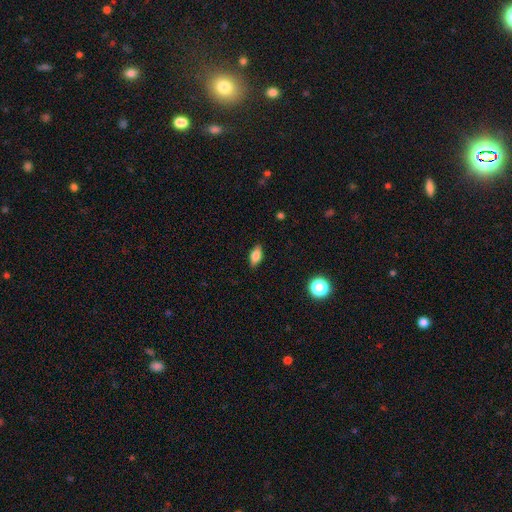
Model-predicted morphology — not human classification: smooth-or-featured: smooth: 80% | featured or disk: 12% | star or artifact: 8%
  how-rounded: in between: 85% | cigar-shaped: 10% | round: 5%
  merging: none: 86% | minor disturbance: 11% | major disturbance: 2% | merger: 1%